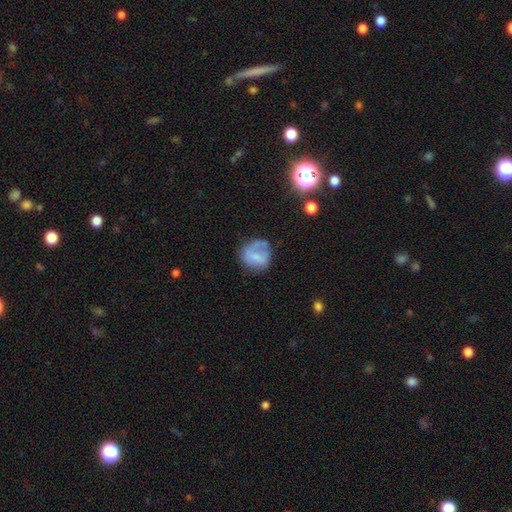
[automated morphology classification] Overall: smooth (62%; featured or disk 29%). How rounded: round (80%). Merging: none (52%; minor disturbance 26%).